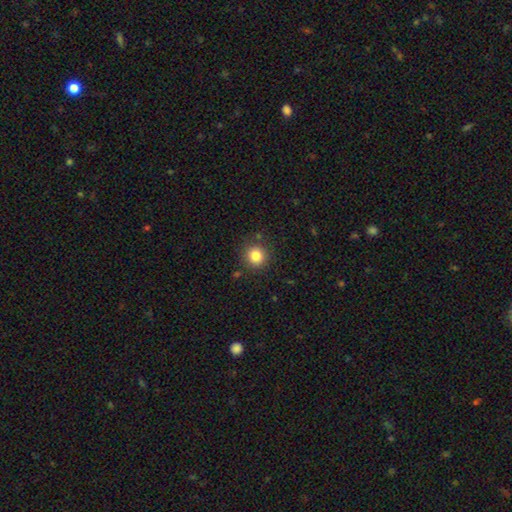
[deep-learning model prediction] Smooth or featured?
  - smooth: 83% *
  - star or artifact: 11%
  - featured or disk: 6%
How rounded?
  - round: 93% *
  - in between: 6%
  - cigar-shaped: 1%
Merging?
  - none: 88% *
  - minor disturbance: 7%
  - major disturbance: 3%
  - merger: 2%